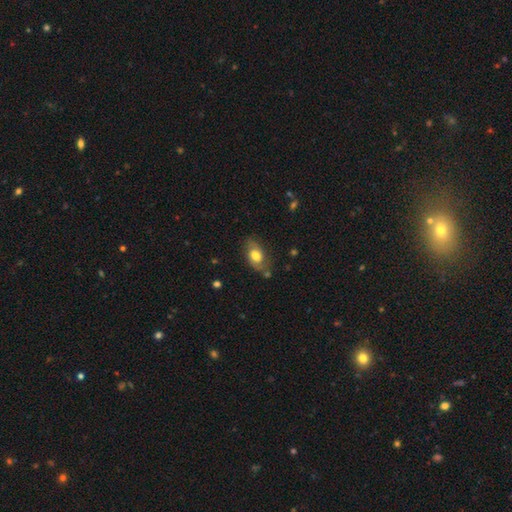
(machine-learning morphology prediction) Smooth or featured? smooth (66%)
How rounded? in between (87%)
Merging? none (71%)